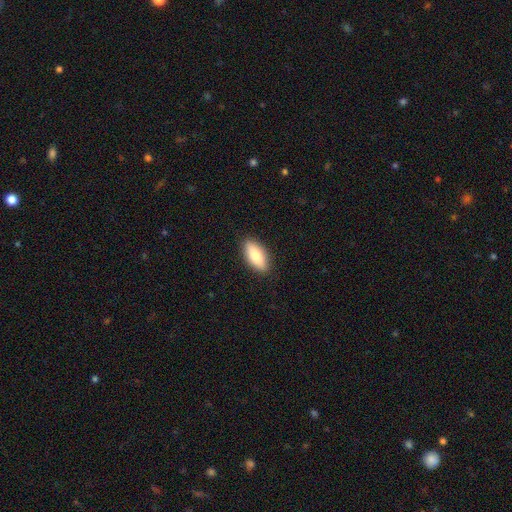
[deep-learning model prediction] Q: Smooth or featured?
A: smooth (80%); runner-up: featured or disk (14%)
Q: How rounded?
A: in between (80%); runner-up: cigar-shaped (17%)
Q: Merging?
A: none (89%); runner-up: minor disturbance (8%)